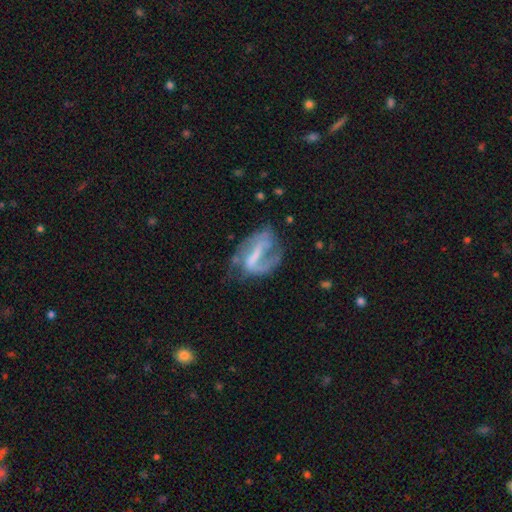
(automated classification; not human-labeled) This is likely a featured or disk galaxy (73%). It is clearly not viewed edge-on (95%). Bar: possibly strong (53%). Spiral arm pattern: likely yes (74%). Spiral arm count: possibly 2 (50%). Spiral winding: marginally medium (40%). Central bulge: possibly none (45%). Merging: marginally none (40%).